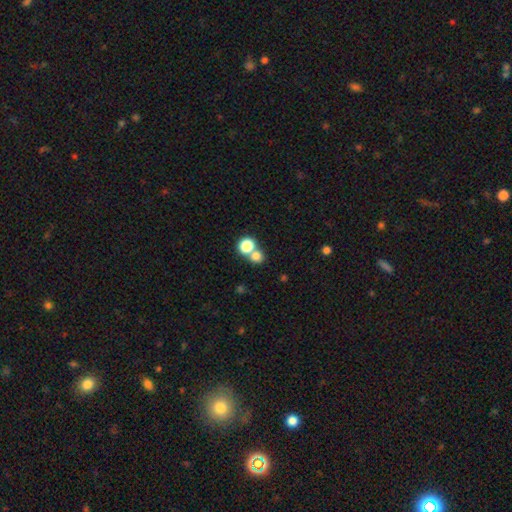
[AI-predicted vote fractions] Smooth or featured?
  - smooth: 77% *
  - star or artifact: 14%
  - featured or disk: 9%
How rounded?
  - round: 82% *
  - in between: 17%
  - cigar-shaped: 1%
Merging?
  - none: 46% * (tied)
  - merger: 46% * (tied)
  - minor disturbance: 5%
  - major disturbance: 3%